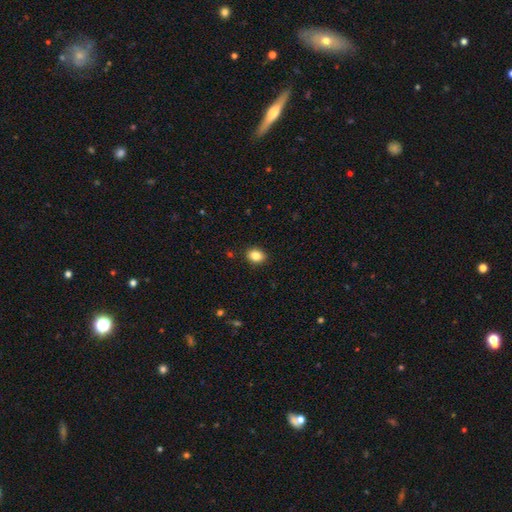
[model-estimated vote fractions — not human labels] Smooth or featured? Predicted: smooth (p=0.84). How rounded? Predicted: in between (p=0.58). Merging? Predicted: none (p=0.90).